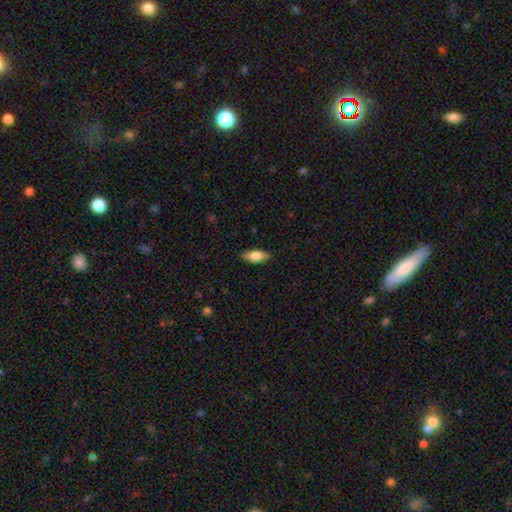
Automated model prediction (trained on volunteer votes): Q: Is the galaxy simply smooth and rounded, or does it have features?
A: smooth — 73%.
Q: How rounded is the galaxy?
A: in between — 76%.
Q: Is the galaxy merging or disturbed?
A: none — 87%.